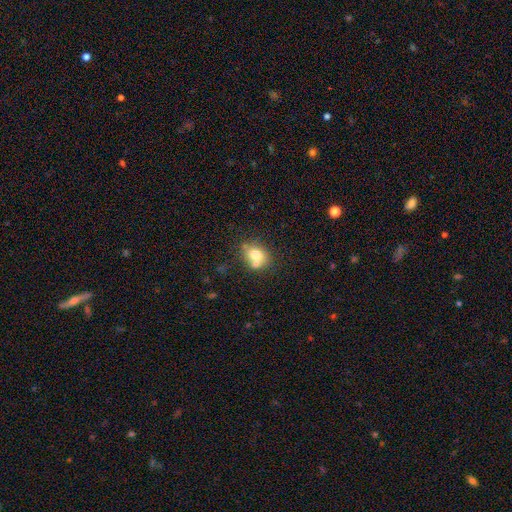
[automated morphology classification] Smooth or featured? Predicted: smooth (p=0.72). How rounded? Predicted: round (p=0.52). Merging? Predicted: none (p=0.48).